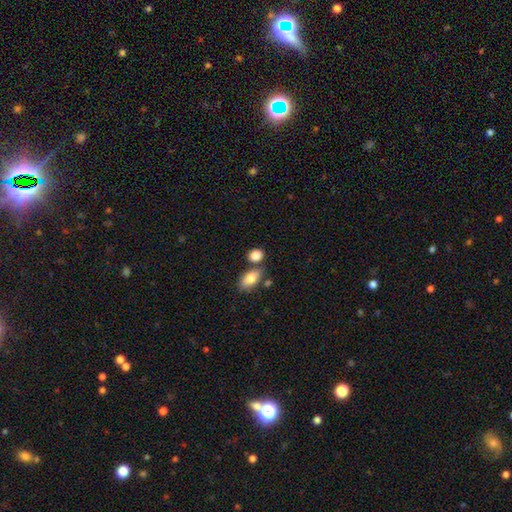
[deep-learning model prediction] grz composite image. It shows a smooth galaxy with no disk features (85%) that is in between round and cigar-shaped (61%). Merging: none (63%).